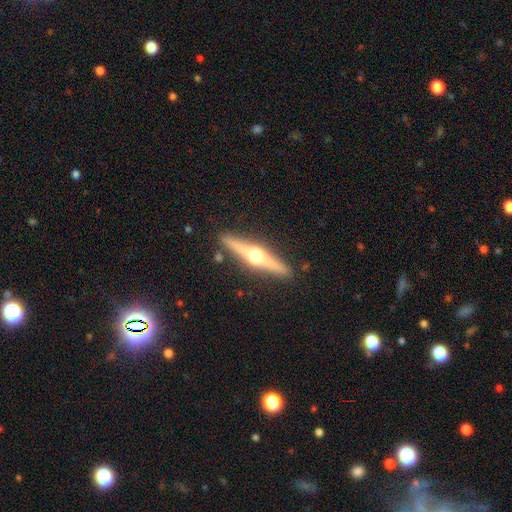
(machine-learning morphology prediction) This appears to be a featured or disk galaxy (76%) viewed edge-on (97%) with a rounded central bulge (96%). Merging: none (88%).